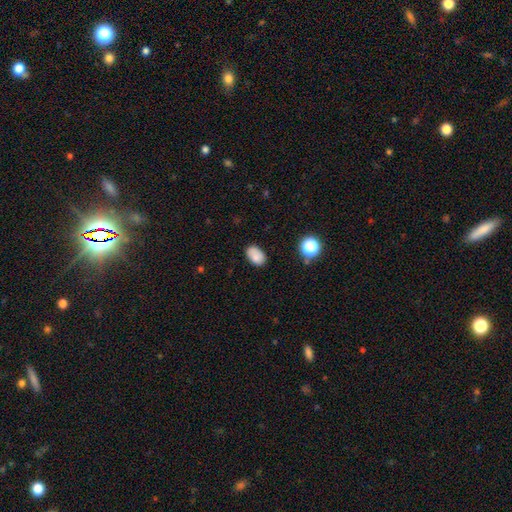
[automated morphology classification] A smooth galaxy with no disk features (82%) that is in between round and cigar-shaped (87%). Merging: none (77%).